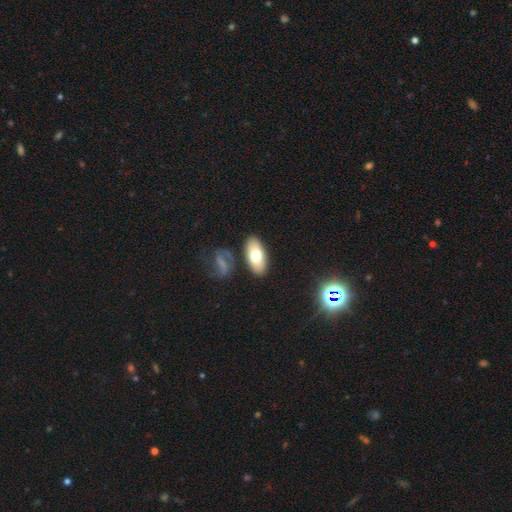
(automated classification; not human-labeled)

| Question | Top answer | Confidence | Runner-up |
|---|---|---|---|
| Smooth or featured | smooth | 72% | featured or disk (21%) |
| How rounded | in between | 90% | cigar-shaped (7%) |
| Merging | none | 80% | minor disturbance (11%) |